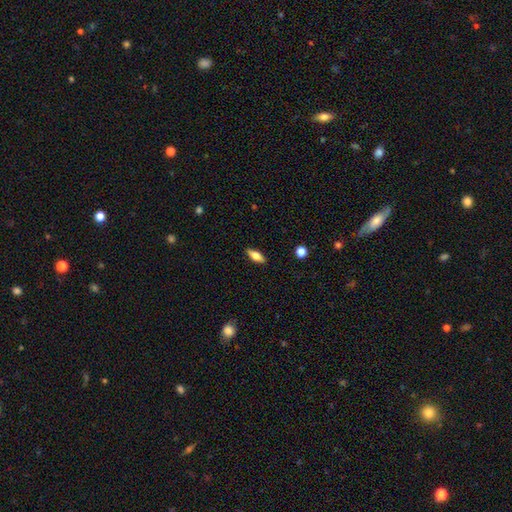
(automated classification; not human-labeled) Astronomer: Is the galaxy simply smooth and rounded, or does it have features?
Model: smooth — 60%.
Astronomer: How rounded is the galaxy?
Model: in between — 66%.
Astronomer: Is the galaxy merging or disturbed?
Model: none — 89%.